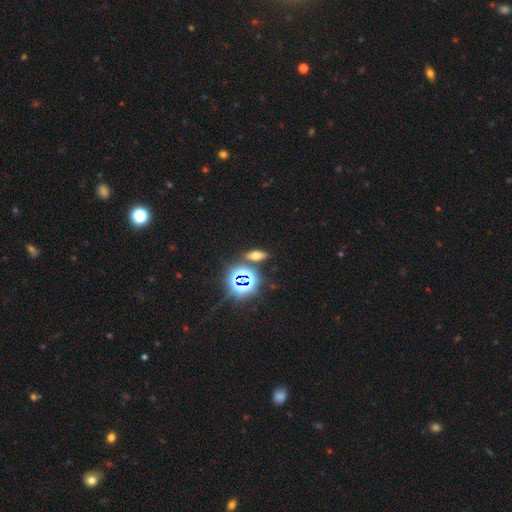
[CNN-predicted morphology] type=smooth (45%); merging=none (83%).